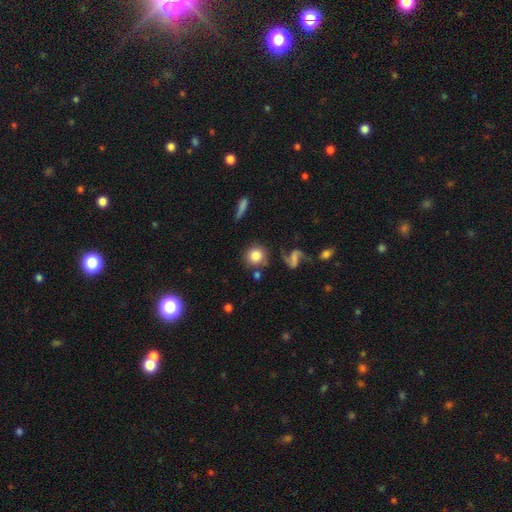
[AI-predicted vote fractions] Smooth or featured? Predicted: smooth (p=0.76). How rounded? Predicted: round (p=0.91). Merging? Predicted: none (p=0.74).